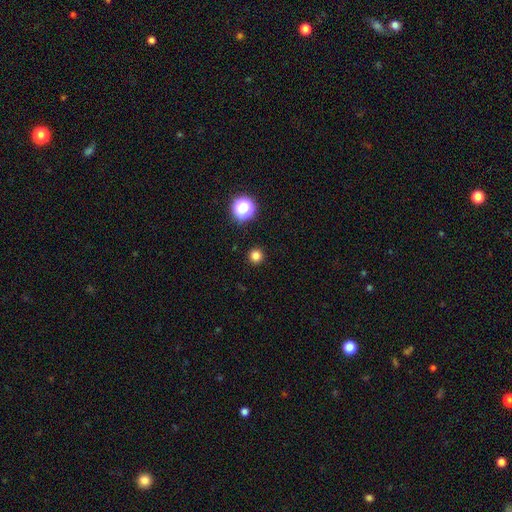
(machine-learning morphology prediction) This appears to be a smooth galaxy with no disk features (80%) that is round (96%). Merging: none (93%).